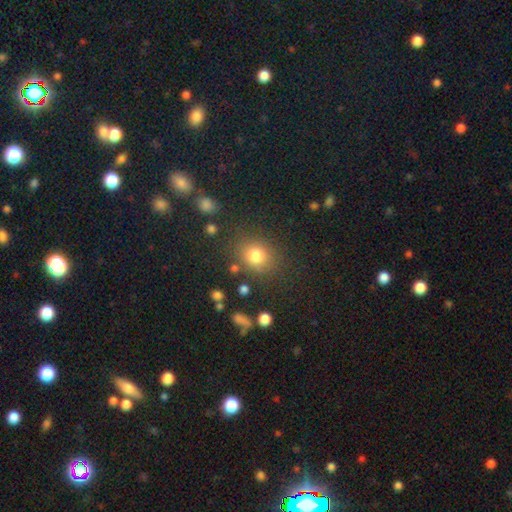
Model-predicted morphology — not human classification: The model was most divided on "how rounded": round: 69%, in between: 29%, cigar-shaped: 1%. More confident: merging — none (80%); smooth or featured — smooth (79%).